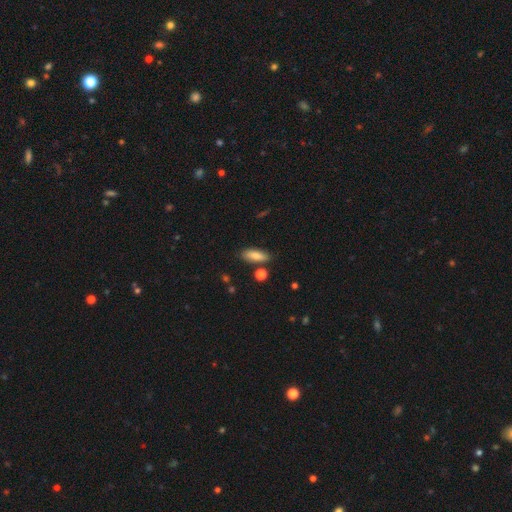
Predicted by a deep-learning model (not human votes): The model was most divided on "how rounded": in between: 70%, cigar-shaped: 27%, round: 3%. More confident: smooth or featured — smooth (84%); merging — none (80%).